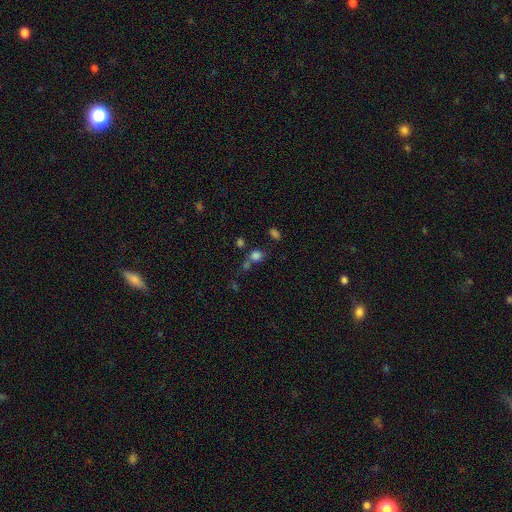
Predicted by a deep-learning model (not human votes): This appears to be a smooth galaxy with no disk features (73%) that is round (59%). Merging: none (48%).